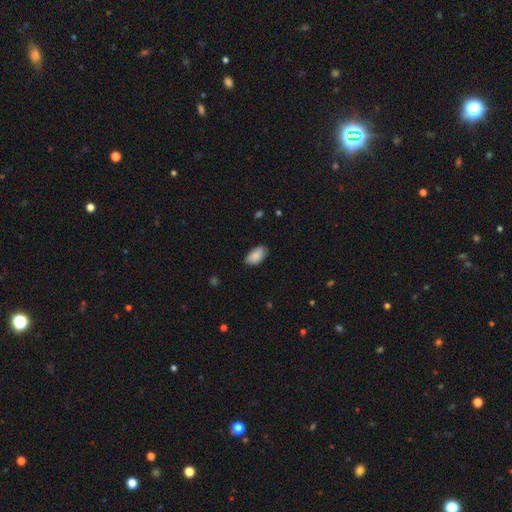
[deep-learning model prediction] smooth 86%, featured or disk 8%, star or artifact 7%. Down the decision tree: how rounded — in between (94%); merging — none (79%).